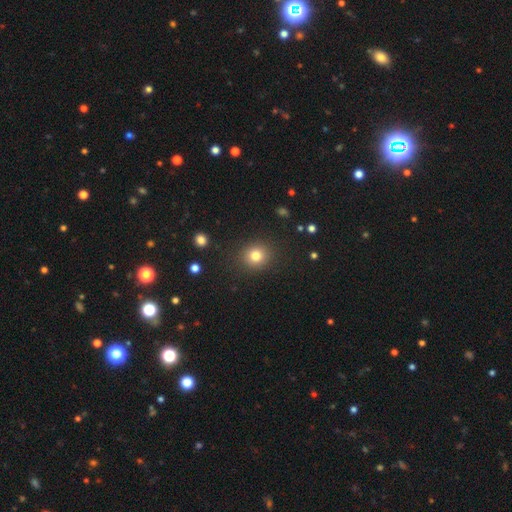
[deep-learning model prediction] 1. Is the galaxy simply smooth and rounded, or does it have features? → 80% smooth, 12% star or artifact, 7% featured or disk.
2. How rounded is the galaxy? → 81% round, 18% in between, 1% cigar-shaped.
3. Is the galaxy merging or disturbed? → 88% none, 7% minor disturbance, 3% major disturbance, 1% merger.